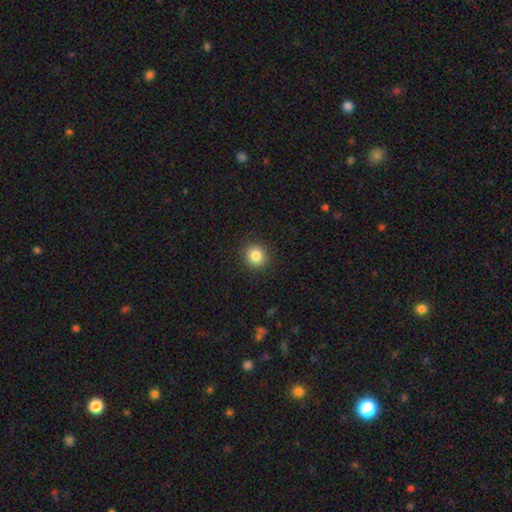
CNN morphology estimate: A smooth galaxy with no disk features (84%) that is round (89%). Merging: none (91%).